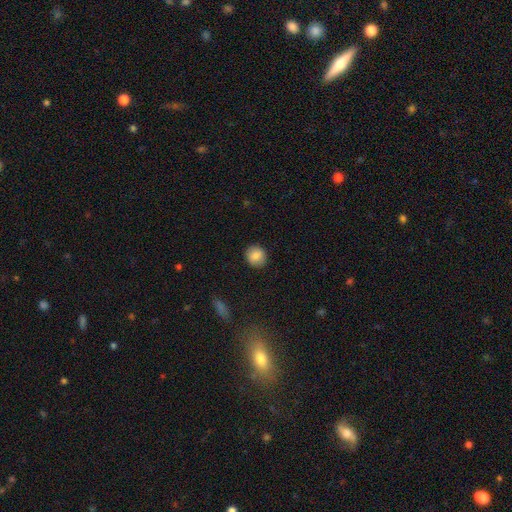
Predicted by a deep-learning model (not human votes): Smooth or featured?
  - smooth: 85% *
  - star or artifact: 8%
  - featured or disk: 7%
How rounded?
  - round: 84% *
  - in between: 15%
  - cigar-shaped: 1%
Merging?
  - none: 90% *
  - minor disturbance: 7%
  - major disturbance: 2%
  - merger: 1%